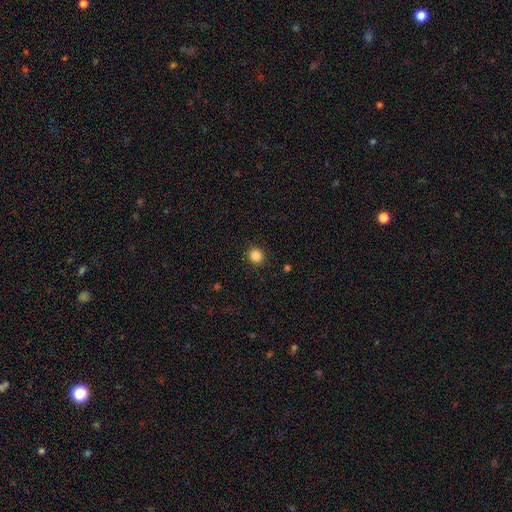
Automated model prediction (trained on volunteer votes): A smooth galaxy with no disk features (86%) that is round (90%).

Vote fractions:
- Smooth or featured? smooth: 86% / star or artifact: 11% / featured or disk: 3%
- How rounded? round: 90% / in between: 9% / cigar-shaped: 1%
- Merging? none: 91% / minor disturbance: 6% / major disturbance: 2% / merger: 1%